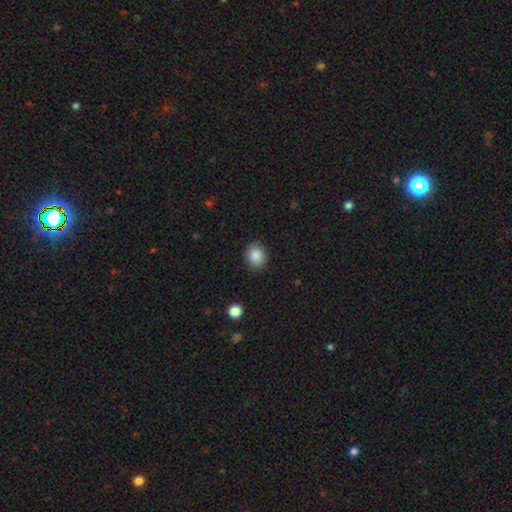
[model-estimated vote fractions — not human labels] A smooth galaxy with no disk features (87%) that is round (67%). Merging: none (89%).